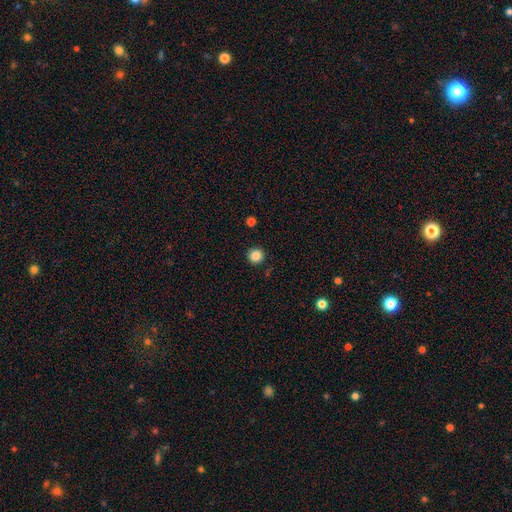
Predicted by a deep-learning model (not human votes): smooth 86%, star or artifact 11%, featured or disk 4%. Down the decision tree: how rounded — round (95%); merging — none (92%).